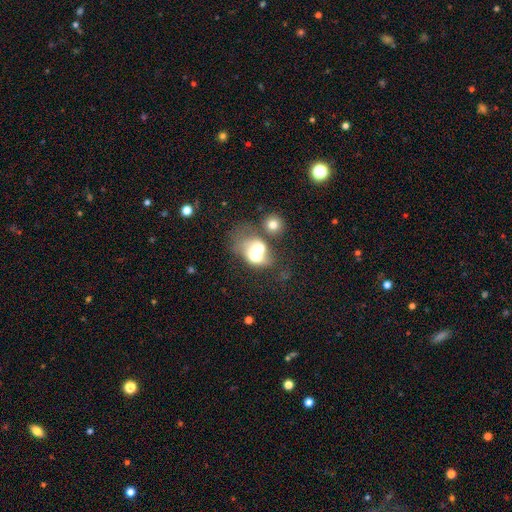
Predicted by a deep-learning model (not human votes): smooth_or_featured: smooth (p=0.55) [alt: featured or disk p=0.34]
how_rounded: in between (p=0.58) [alt: round p=0.40]
merging: merger (p=0.64) [alt: none p=0.16]